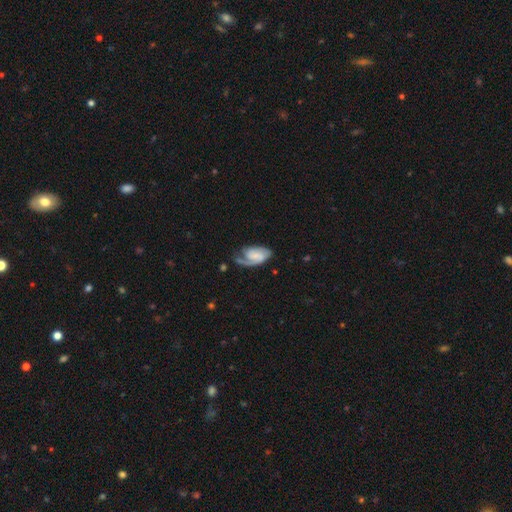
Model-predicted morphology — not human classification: Smooth or featured: featured or disk — 74% (smooth — 20%)
Edge-on disk: no — 97% (yes — 3%)
Bar: no — 49% (weak — 39%)
Spiral arms: yes — 94% (no — 6%)
Spiral winding: tight — 41% (tied with medium — 41%)
Spiral arm count: 2 — 49% (1 — 39%)
Bulge size: small — 43% (none — 33%)
Merging: none — 47% (minor disturbance — 27%)